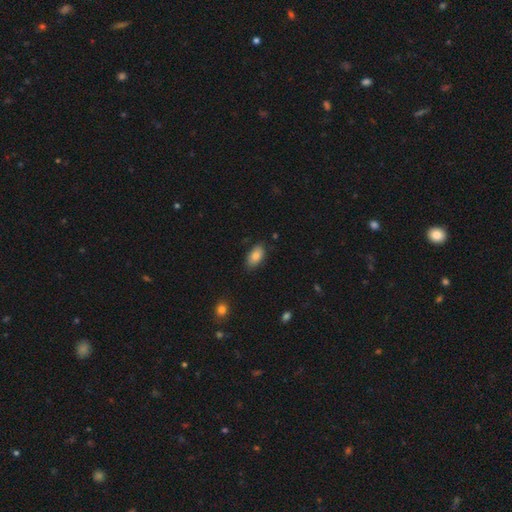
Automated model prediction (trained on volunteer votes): Smooth or featured? Predicted: smooth (p=0.84). How rounded? Predicted: in between (p=0.93). Merging? Predicted: none (p=0.82).